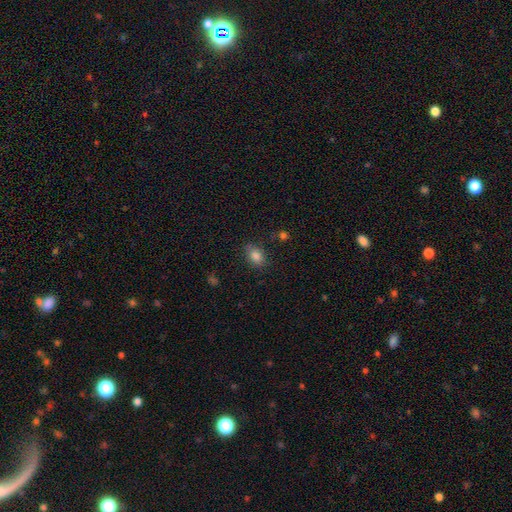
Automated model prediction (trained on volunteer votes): This appears to be a smooth galaxy with no disk features (85%) that is in between round and cigar-shaped (77%). Merging: none (78%).